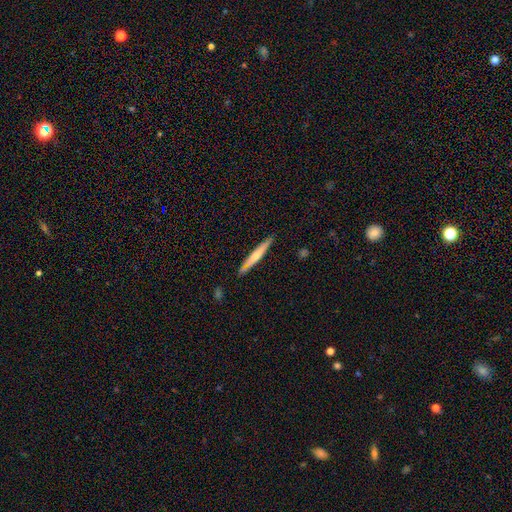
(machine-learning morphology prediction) Smooth or featured?
  - smooth: 56% *
  - featured or disk: 39%
  - star or artifact: 6%
How rounded?
  - cigar-shaped: 95% *
  - in between: 4%
  - round: 1%
Merging?
  - none: 83% *
  - minor disturbance: 12%
  - merger: 4%
  - major disturbance: 2%